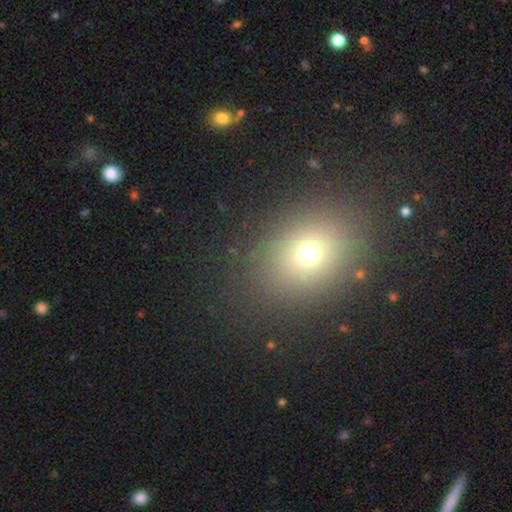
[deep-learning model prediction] A smooth galaxy with no disk features (66%) that is round (52%).

Vote fractions:
- Smooth or featured? smooth: 66% / star or artifact: 24% / featured or disk: 11%
- How rounded? round: 52% / in between: 47% / cigar-shaped: 1%
- Merging? none: 88% / minor disturbance: 7% / major disturbance: 3% / merger: 2%